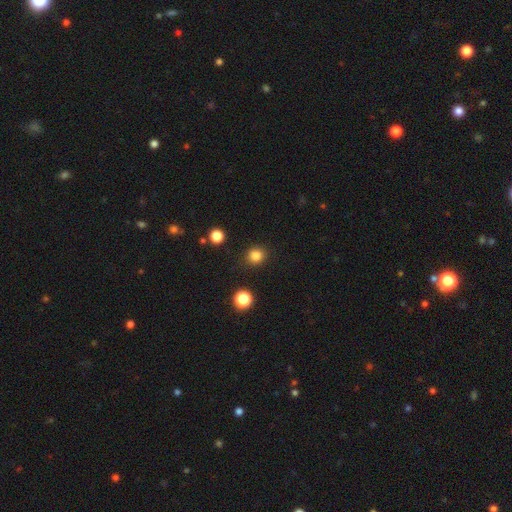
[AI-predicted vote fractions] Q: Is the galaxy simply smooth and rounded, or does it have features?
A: smooth — 84%.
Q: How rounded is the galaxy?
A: round — 84%.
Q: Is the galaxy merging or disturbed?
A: none — 89%.